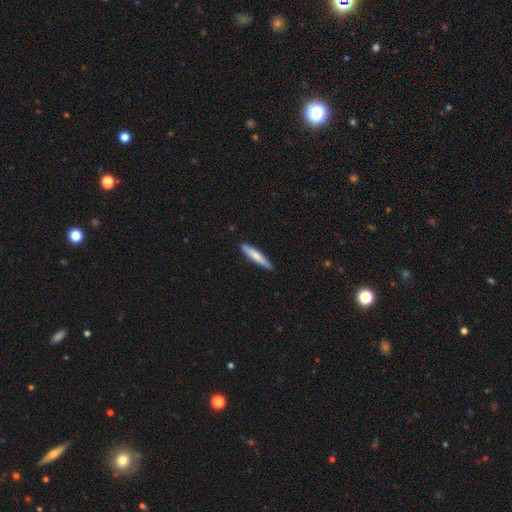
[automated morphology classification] The model was most divided on "smooth or featured": smooth: 73%, featured or disk: 22%, star or artifact: 5%. More confident: how rounded — cigar-shaped (92%); merging — none (89%).